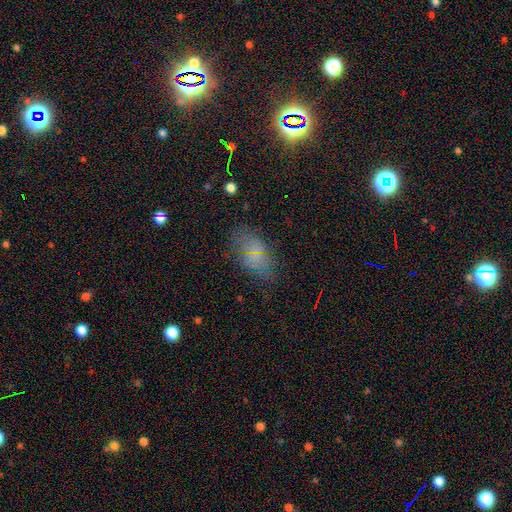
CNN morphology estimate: smooth 51%, star or artifact 30%, featured or disk 19%. Down the decision tree: how rounded — in between (85%); merging — none (68%).